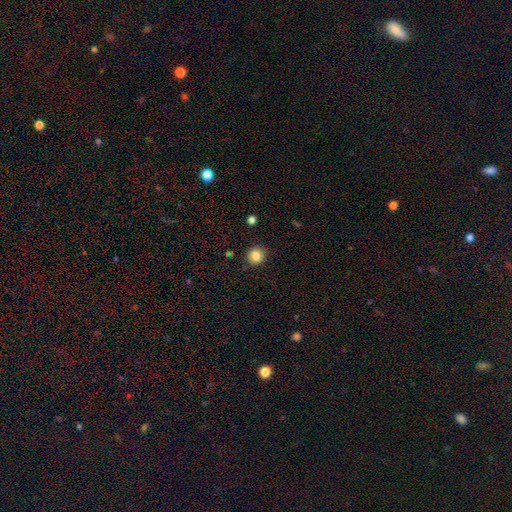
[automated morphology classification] This is clearly a smooth galaxy (85%). How rounded: clearly round (88%). Merging: clearly none (88%).